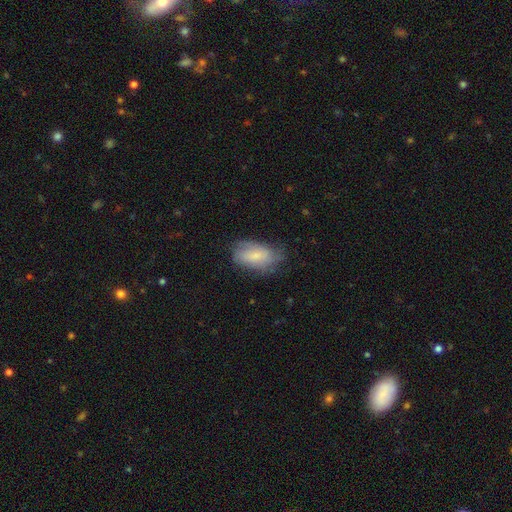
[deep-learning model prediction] Q: Smooth or featured?
A: smooth (63%); runner-up: featured or disk (30%)
Q: How rounded?
A: in between (92%); runner-up: round (5%)
Q: Merging?
A: none (55%); runner-up: minor disturbance (32%)